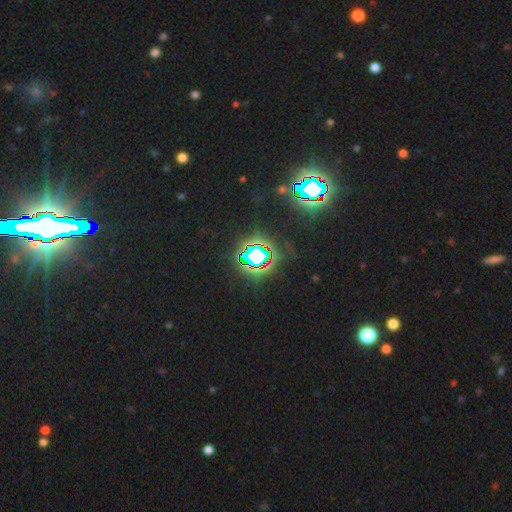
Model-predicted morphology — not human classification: Smooth or featured?
  - star or artifact: 76% *
  - smooth: 13%
  - featured or disk: 11%